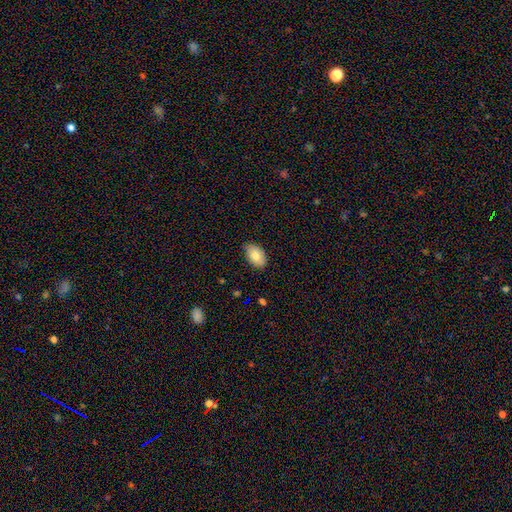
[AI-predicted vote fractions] The model was most divided on "merging": none: 80%, minor disturbance: 17%, major disturbance: 2%, merger: 1%. More confident: how rounded — in between (91%); smooth or featured — smooth (80%).